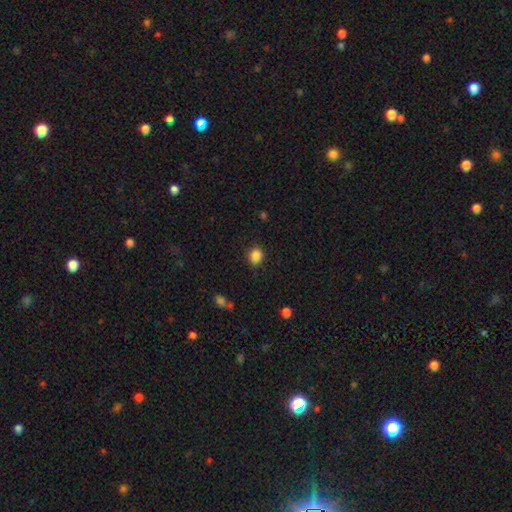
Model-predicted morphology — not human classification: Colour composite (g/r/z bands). It shows a smooth galaxy with no disk features (87%) that is round (64%). Merging: none (86%).